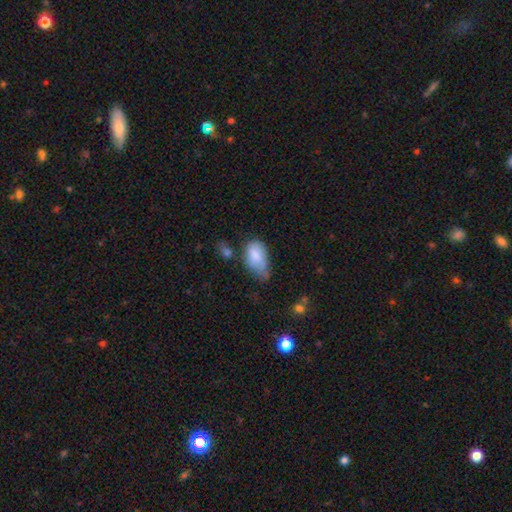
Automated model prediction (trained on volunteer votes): The model was most divided on "merging": minor disturbance: 44%, none: 31%, major disturbance: 17%, merger: 8%. More confident: how rounded — in between (92%); smooth or featured — smooth (80%).